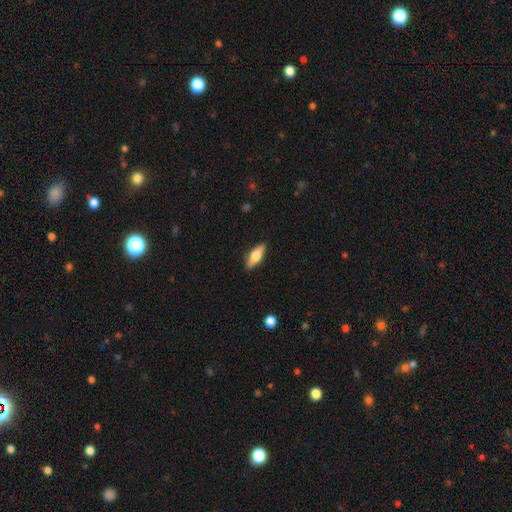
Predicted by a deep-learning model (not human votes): A smooth galaxy with no disk features (52%) that is in between round and cigar-shaped (60%). Merging: none (87%).